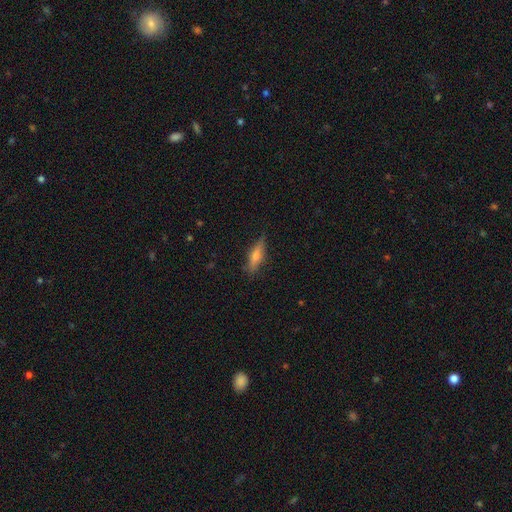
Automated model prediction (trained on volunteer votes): A smooth galaxy with no disk features (49%).

Vote fractions:
- Smooth or featured? smooth: 49% / featured or disk: 44% / star or artifact: 8%
- Merging? none: 84% / minor disturbance: 13% / major disturbance: 3% / merger: 1%